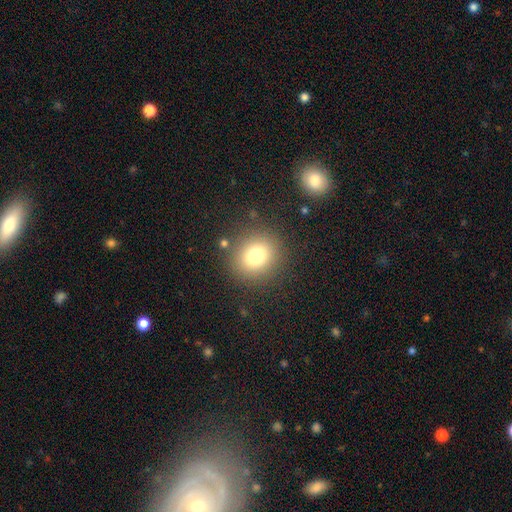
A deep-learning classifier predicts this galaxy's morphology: This appears to be a smooth galaxy with no disk features (78%) that is round (86%). Merging: none (86%).